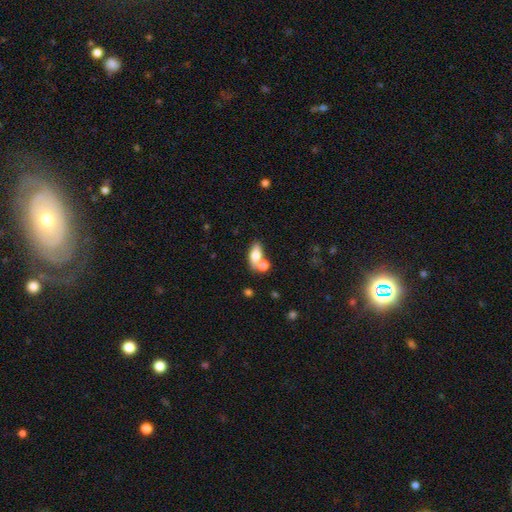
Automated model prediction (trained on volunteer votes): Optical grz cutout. It shows a smooth galaxy with no disk features (72%) that is in between round and cigar-shaped (81%). Merging: none (49%).